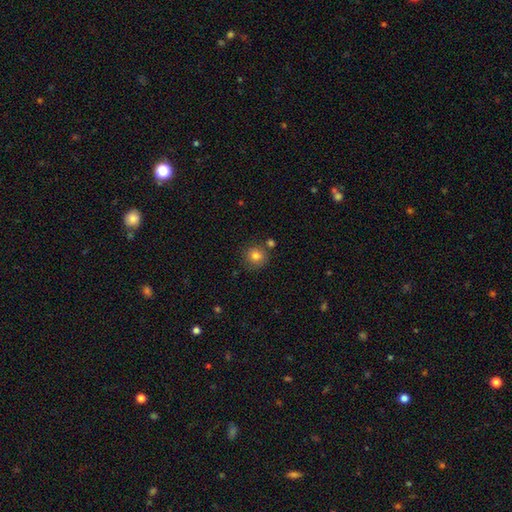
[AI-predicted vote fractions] This is clearly a smooth galaxy (82%). How rounded: clearly round (92%). Merging: likely none (80%).